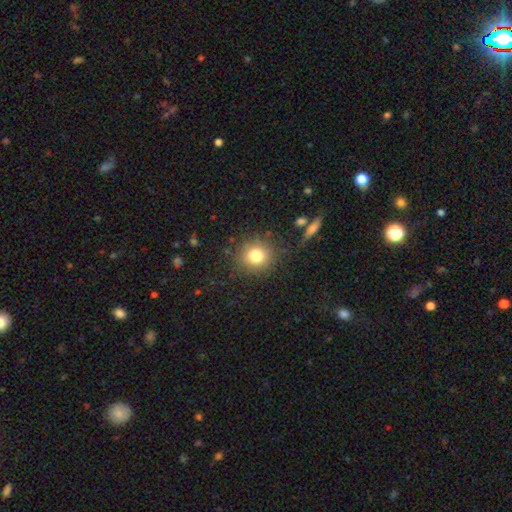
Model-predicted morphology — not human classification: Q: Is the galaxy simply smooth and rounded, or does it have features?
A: smooth — 79%.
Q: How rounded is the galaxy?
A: round — 88%.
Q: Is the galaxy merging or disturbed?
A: none — 84%.